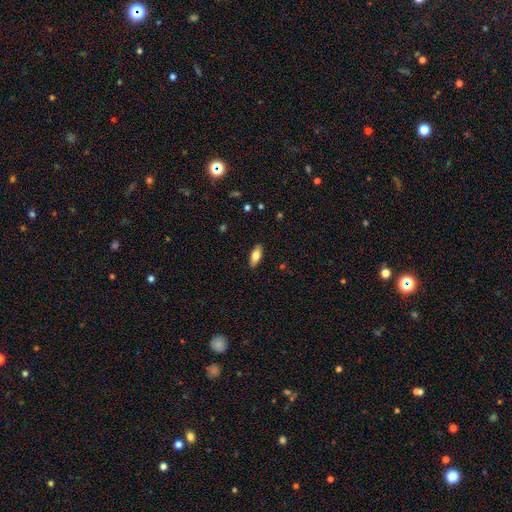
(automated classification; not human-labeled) This is likely a smooth galaxy (74%). How rounded: likely in between (77%). Merging: clearly none (89%).